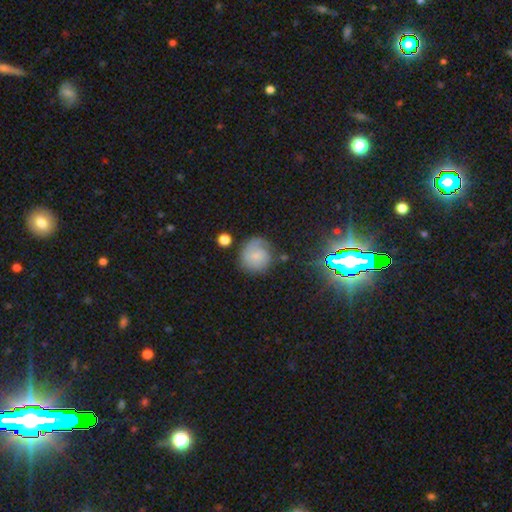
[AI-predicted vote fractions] This appears to be a smooth galaxy with no disk features (58%) that is round (86%). Merging: none (64%).